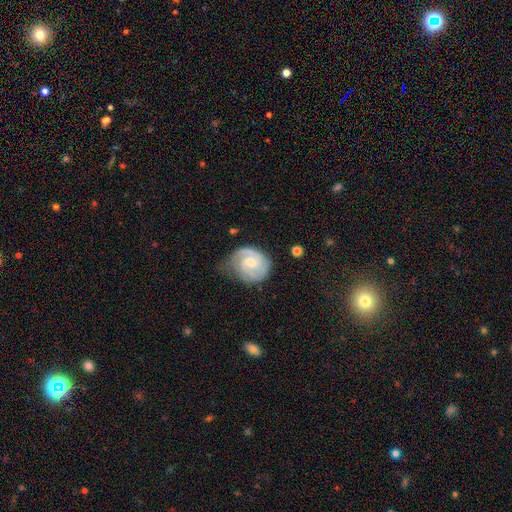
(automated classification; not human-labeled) smooth_or_featured: featured or disk (p=0.62) [alt: smooth p=0.25]
disk_edge_on: no (p=0.96) [alt: yes p=0.04]
bar: no (p=0.66) [alt: weak p=0.27]
has_spiral_arms: yes (p=0.79) [alt: no p=0.21]
bulge_size: moderate (p=0.56) [alt: small p=0.38]
merging: none (p=0.62) [alt: minor disturbance p=0.23]